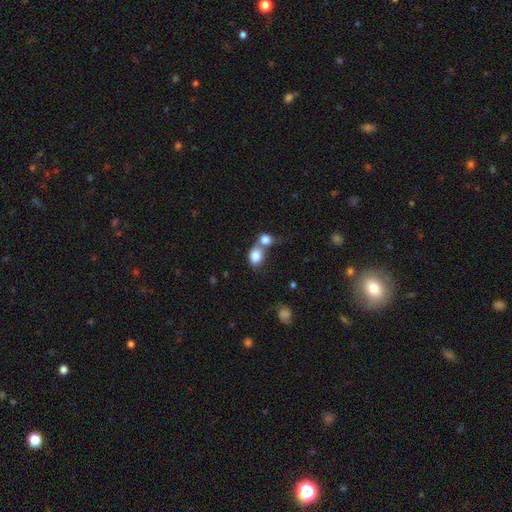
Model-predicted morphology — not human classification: This appears to be a smooth galaxy with no disk features (82%) that is in between round and cigar-shaped (55%). Merging: merger (60%).